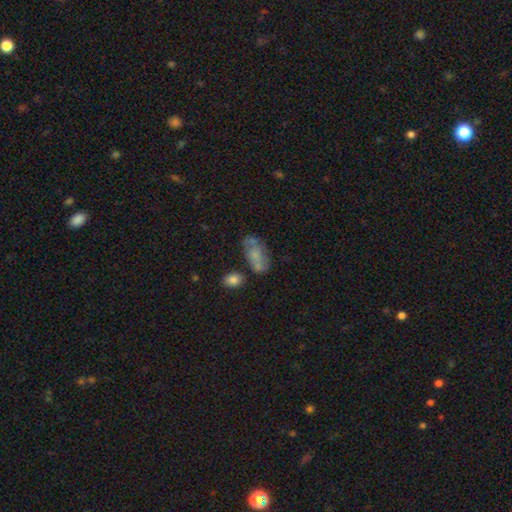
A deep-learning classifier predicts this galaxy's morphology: smooth-or-featured: smooth: 57% | featured or disk: 31% | star or artifact: 11%
  how-rounded: in between: 88% | round: 6% | cigar-shaped: 6%
  merging: none: 42% | minor disturbance: 23% | merger: 22% | major disturbance: 14%